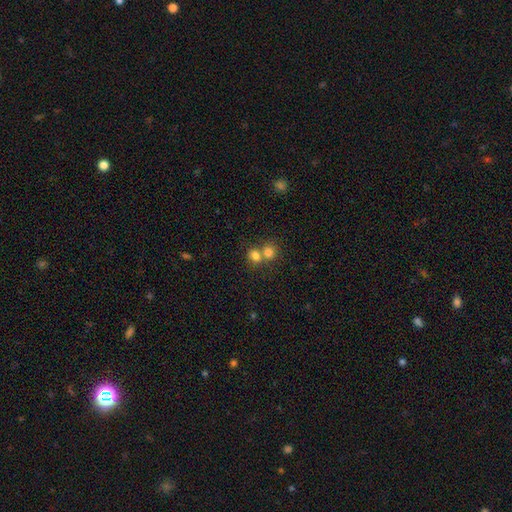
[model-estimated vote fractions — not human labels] Smooth or featured: smooth — 79% (star or artifact — 13%)
How rounded: round — 74% (in between — 25%)
Merging: merger — 53% (none — 39%)